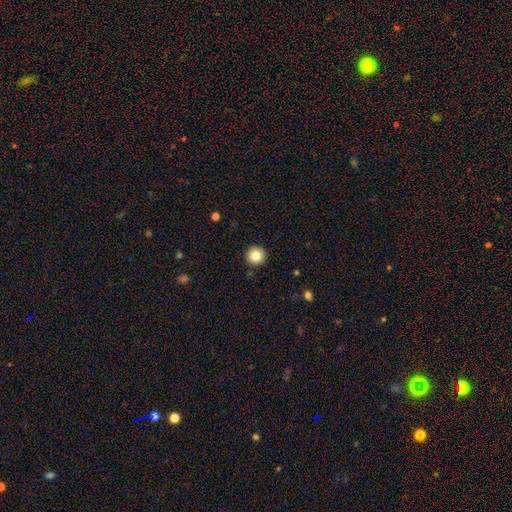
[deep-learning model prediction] smooth-or-featured: smooth: 84% | star or artifact: 10% | featured or disk: 7%
  how-rounded: round: 96% | in between: 3% | cigar-shaped: 1%
  merging: none: 92% | minor disturbance: 5% | major disturbance: 2% | merger: 1%